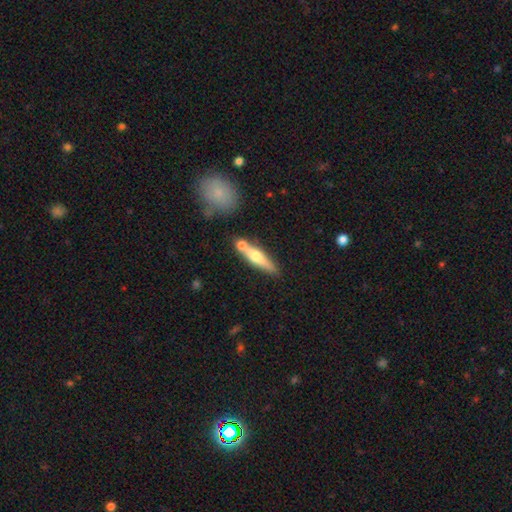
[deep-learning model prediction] Smooth or featured: smooth — 53% (featured or disk — 41%)
How rounded: cigar-shaped — 80% (in between — 18%)
Merging: none — 61% (merger — 22%)